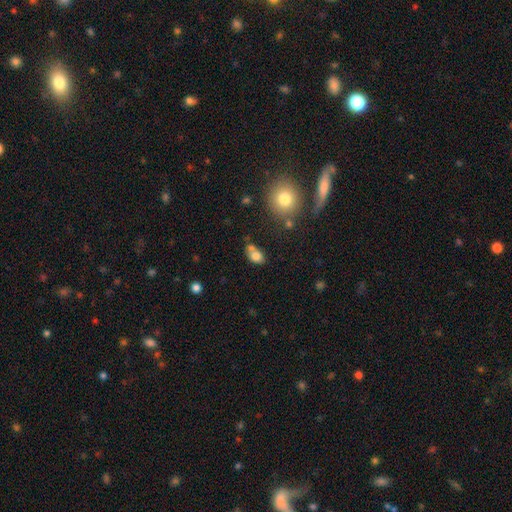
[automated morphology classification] smooth_or_featured: smooth (p=0.77) [alt: featured or disk p=0.12]
how_rounded: in between (p=0.69) [alt: round p=0.30]
merging: none (p=0.44) [alt: merger p=0.34]